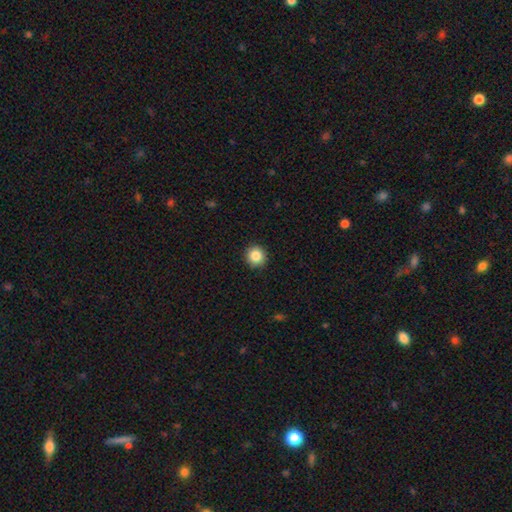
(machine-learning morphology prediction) smooth-or-featured: smooth: 85% | star or artifact: 10% | featured or disk: 5%
  how-rounded: round: 93% | in between: 6% | cigar-shaped: 1%
  merging: none: 92% | minor disturbance: 6% | major disturbance: 2% | merger: 1%